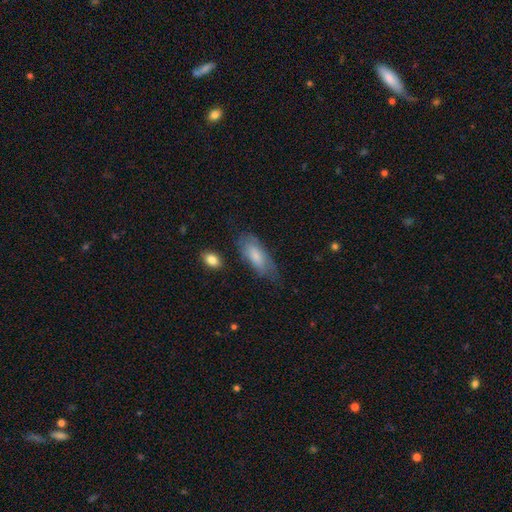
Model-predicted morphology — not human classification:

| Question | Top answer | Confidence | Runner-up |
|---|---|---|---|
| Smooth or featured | smooth | 74% | featured or disk (20%) |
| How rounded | in between | 80% | cigar-shaped (18%) |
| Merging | none | 63% | minor disturbance (27%) |